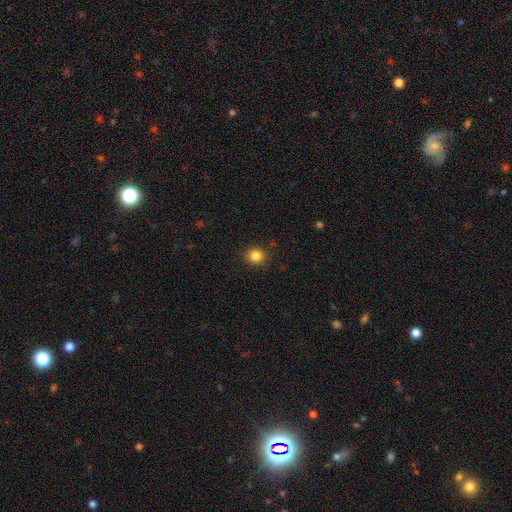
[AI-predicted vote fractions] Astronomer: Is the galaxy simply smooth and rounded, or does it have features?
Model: smooth — 84%.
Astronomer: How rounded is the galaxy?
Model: round — 87%.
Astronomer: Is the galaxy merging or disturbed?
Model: none — 90%.